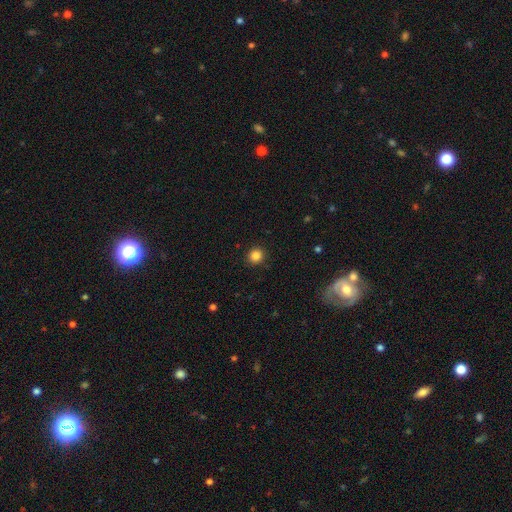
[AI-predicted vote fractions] Morphology: type=smooth (85%); roundness=round (90%); merging=none (92%).